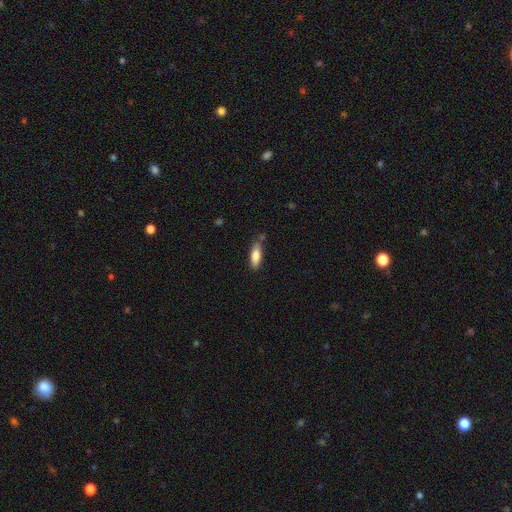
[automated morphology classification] Q: Smooth or featured?
A: smooth (82%); runner-up: featured or disk (12%)
Q: How rounded?
A: in between (57%); runner-up: cigar-shaped (41%)
Q: Merging?
A: none (70%); runner-up: minor disturbance (20%)